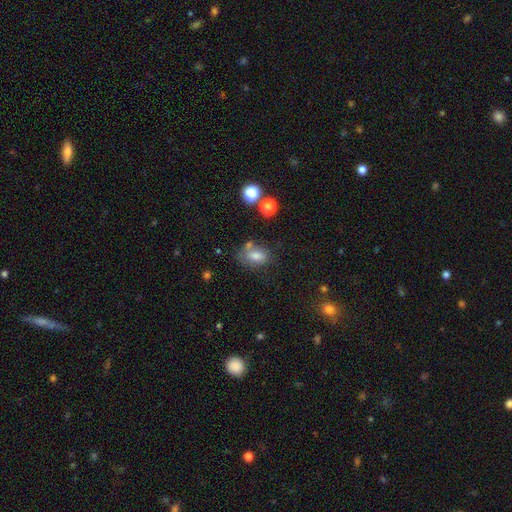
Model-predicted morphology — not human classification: Q: Smooth or featured?
A: smooth (73%); runner-up: featured or disk (14%)
Q: How rounded?
A: in between (79%); runner-up: round (19%)
Q: Merging?
A: none (53%); runner-up: minor disturbance (22%)